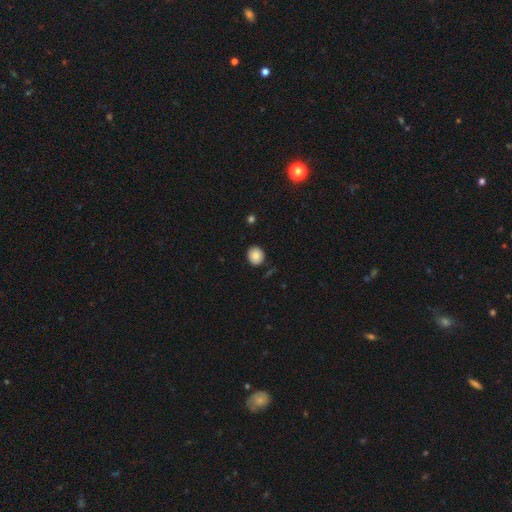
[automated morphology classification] A smooth galaxy with no disk features (86%) that is round (82%). Merging: none (88%).